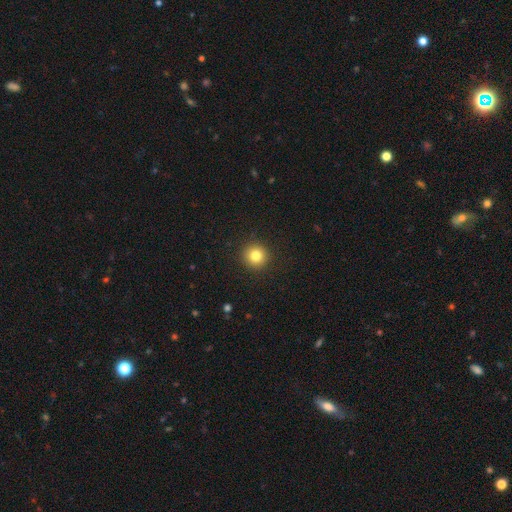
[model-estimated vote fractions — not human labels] A smooth galaxy with no disk features (81%) that is round (94%). Merging: none (92%).